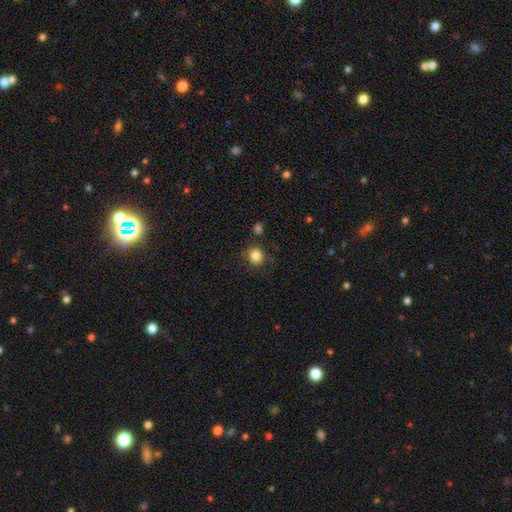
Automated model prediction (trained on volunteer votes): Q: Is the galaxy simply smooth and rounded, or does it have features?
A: smooth — 84%.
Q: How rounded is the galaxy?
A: round — 83%.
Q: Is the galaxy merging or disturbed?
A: none — 83%.